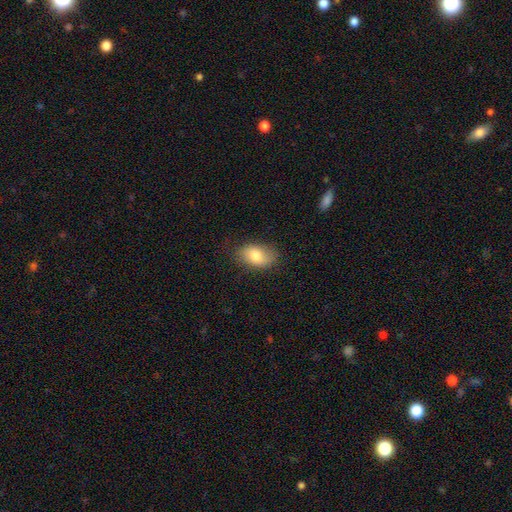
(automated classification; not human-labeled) This is likely a smooth galaxy (79%). How rounded: clearly in between (88%). Merging: likely none (78%).